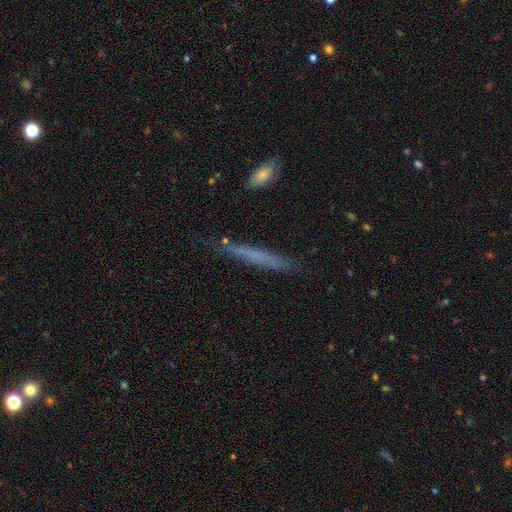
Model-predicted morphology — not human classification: A smooth galaxy with no disk features (59%) that is cigar-shaped (95%).

Vote fractions:
- Smooth or featured? smooth: 59% / featured or disk: 32% / star or artifact: 8%
- How rounded? cigar-shaped: 95% / in between: 4% / round: 2%
- Merging? none: 81% / minor disturbance: 14% / major disturbance: 3% / merger: 2%